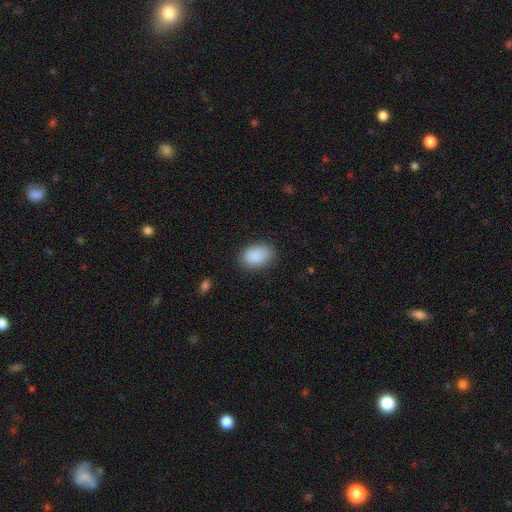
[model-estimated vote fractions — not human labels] A smooth galaxy with no disk features (90%) that is in between round and cigar-shaped (88%). Merging: none (83%).